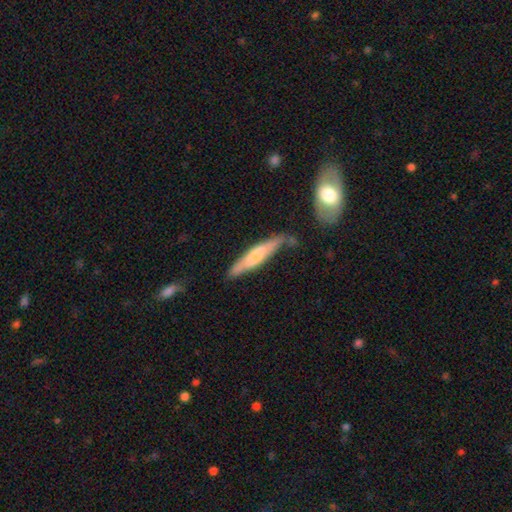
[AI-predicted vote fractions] smooth 52%, featured or disk 42%, star or artifact 5%. Down the decision tree: how rounded — cigar-shaped (88%); merging — none (67%).